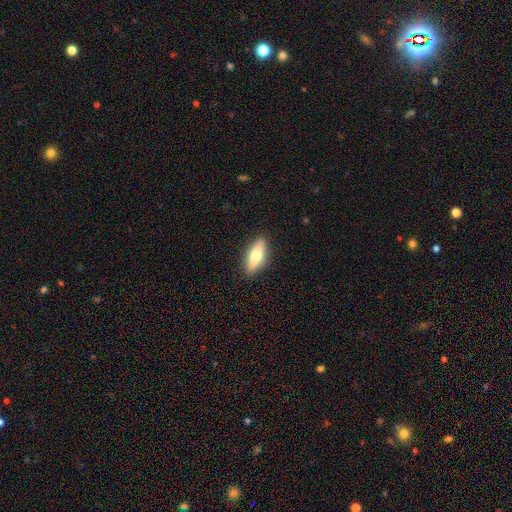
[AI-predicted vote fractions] Q: Smooth or featured?
A: smooth (63%); runner-up: featured or disk (31%)
Q: How rounded?
A: in between (63%); runner-up: cigar-shaped (34%)
Q: Merging?
A: none (88%); runner-up: minor disturbance (9%)